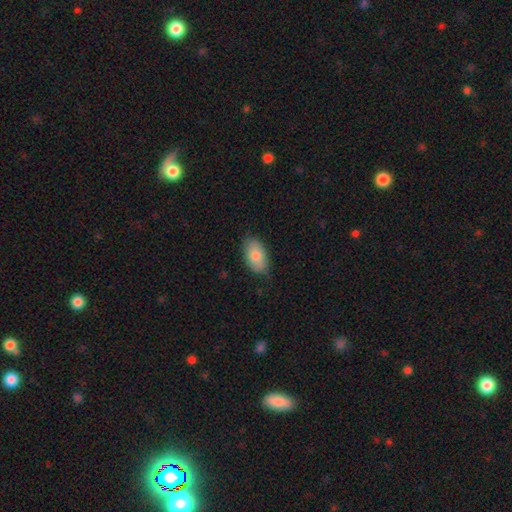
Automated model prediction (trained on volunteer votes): Q: Smooth or featured?
A: smooth (81%); runner-up: featured or disk (13%)
Q: How rounded?
A: in between (93%); runner-up: round (5%)
Q: Merging?
A: none (79%); runner-up: minor disturbance (17%)